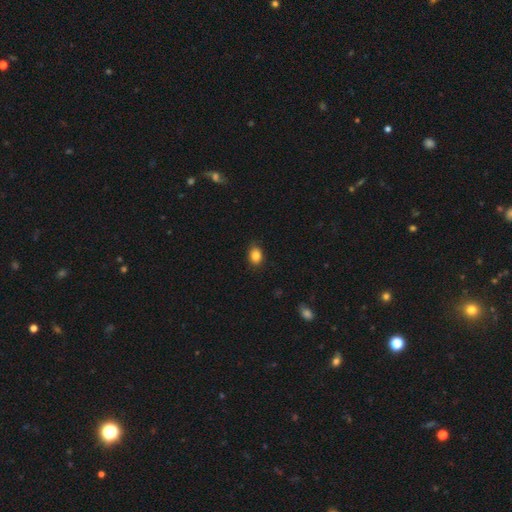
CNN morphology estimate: A smooth galaxy with no disk features (85%) that is in between round and cigar-shaped (64%).

Vote fractions:
- Smooth or featured? smooth: 85% / star or artifact: 10% / featured or disk: 5%
- How rounded? in between: 64% / round: 35% / cigar-shaped: 1%
- Merging? none: 84% / minor disturbance: 13% / major disturbance: 3% / merger: 1%